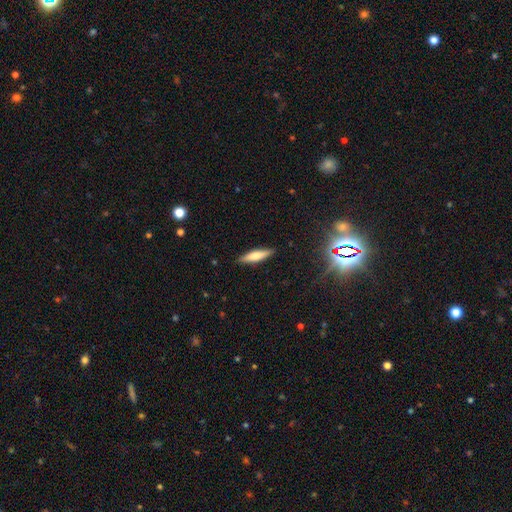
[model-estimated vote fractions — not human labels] smooth 67%, featured or disk 26%, star or artifact 7%. Down the decision tree: how rounded — cigar-shaped (76%); merging — none (88%).